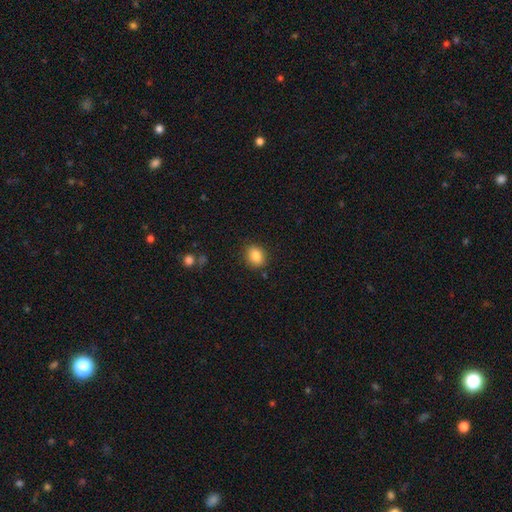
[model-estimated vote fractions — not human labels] A smooth galaxy with no disk features (85%) that is in between round and cigar-shaped (56%).

Vote fractions:
- Smooth or featured? smooth: 85% / star or artifact: 9% / featured or disk: 6%
- How rounded? in between: 56% / round: 43% / cigar-shaped: 1%
- Merging? none: 86% / minor disturbance: 10% / major disturbance: 3% / merger: 2%